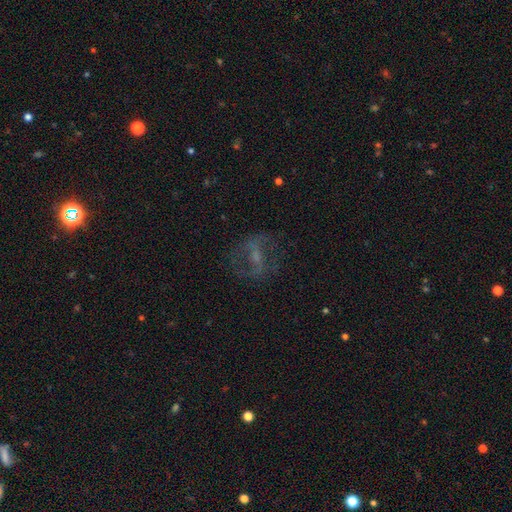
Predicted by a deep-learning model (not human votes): This is likely a featured or disk galaxy (61%). It is clearly not viewed edge-on (93%). Bar: marginally weak (41%). Spiral arm pattern: possibly yes (58%). Central bulge: possibly small (45%). Merging: likely none (69%).